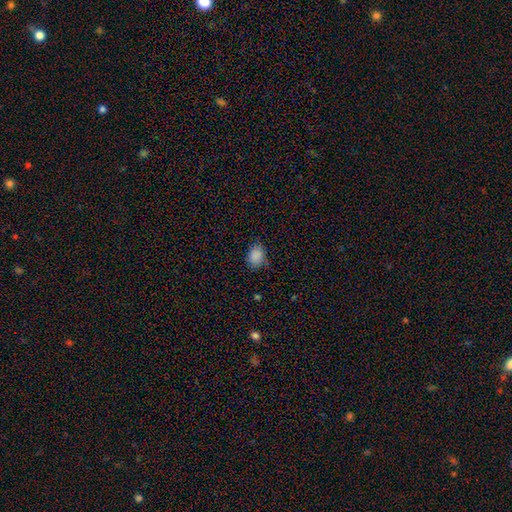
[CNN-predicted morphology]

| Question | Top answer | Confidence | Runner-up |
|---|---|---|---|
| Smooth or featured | smooth | 86% | star or artifact (10%) |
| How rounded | in between | 61% | round (38%) |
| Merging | none | 71% | minor disturbance (23%) |